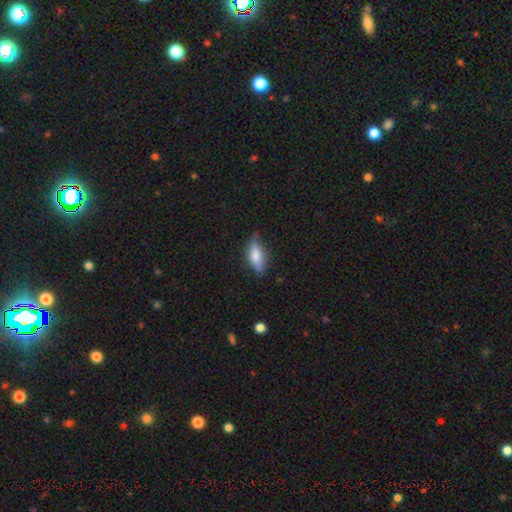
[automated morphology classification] smooth 64%, featured or disk 29%, star or artifact 7%. Down the decision tree: how rounded — in between (70%); merging — none (71%).